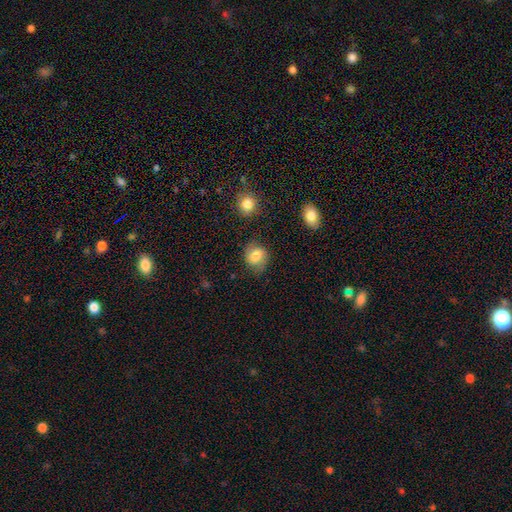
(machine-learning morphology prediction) smooth 74%, featured or disk 17%, star or artifact 9%. Down the decision tree: how rounded — round (60%); merging — none (71%).